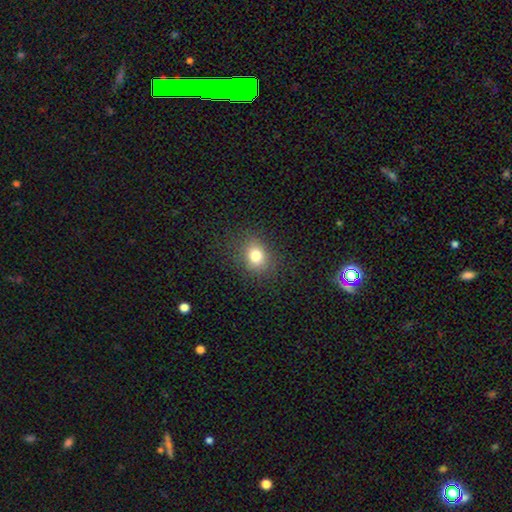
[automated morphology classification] Smooth or featured? smooth (78%)
How rounded? round (60%)
Merging? none (84%)